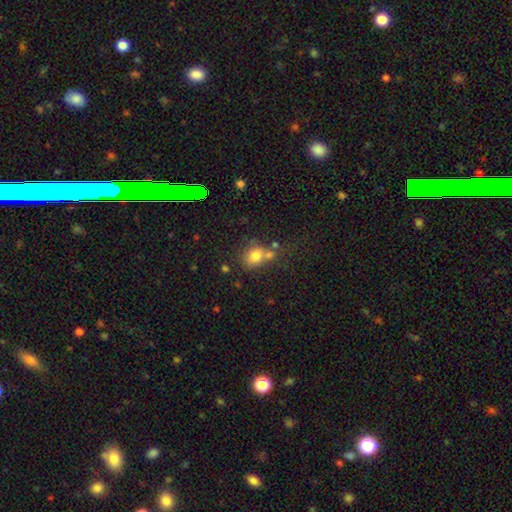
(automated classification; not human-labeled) A smooth galaxy with no disk features (76%) that is round (60%). Merging: none (44%).